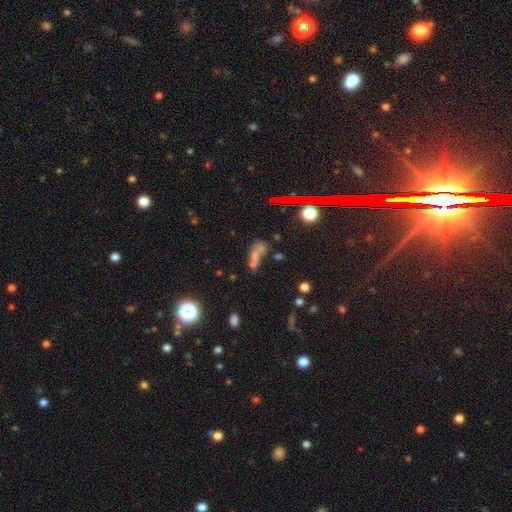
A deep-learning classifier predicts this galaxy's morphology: Smooth or featured? Predicted: smooth (p=0.53). How rounded? Predicted: in between (p=0.58). Merging? Predicted: merger (p=0.46).